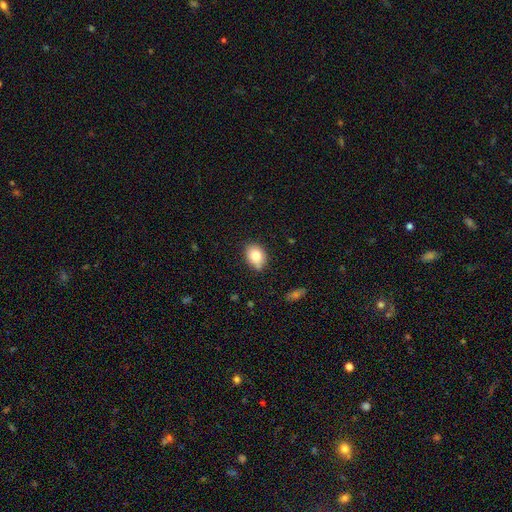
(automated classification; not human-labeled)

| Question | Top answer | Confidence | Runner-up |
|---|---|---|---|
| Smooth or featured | smooth | 79% | featured or disk (11%) |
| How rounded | in between | 59% | round (40%) |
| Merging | none | 78% | minor disturbance (16%) |